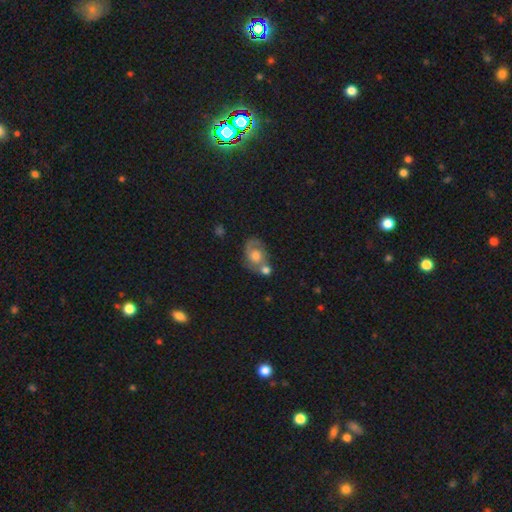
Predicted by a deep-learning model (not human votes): smooth-or-featured: featured or disk: 55% | smooth: 35% | star or artifact: 9%
  disk-edge-on: no: 97% | yes: 3%
    bar: no: 76% | weak: 21% | strong: 3%
    has-spiral-arms: yes: 79% | no: 21%
    bulge-size: moderate: 60% | small: 18% | large: 16% | none: 4% | dominant: 2%
  merging: none: 38% | merger: 36% | minor disturbance: 16% | major disturbance: 10%